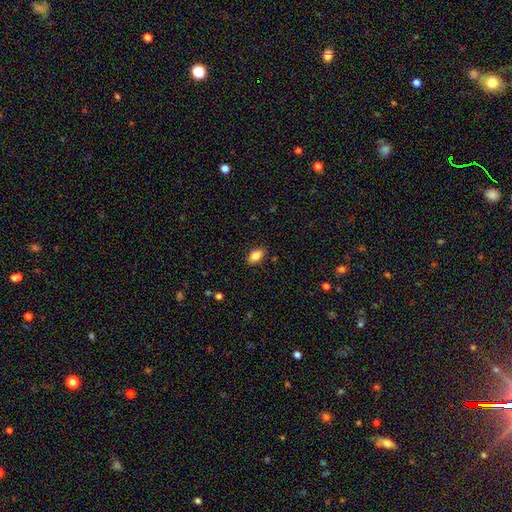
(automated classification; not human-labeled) smooth-or-featured: smooth: 85% | star or artifact: 8% | featured or disk: 6%
  how-rounded: in between: 90% | round: 8% | cigar-shaped: 3%
  merging: none: 86% | minor disturbance: 10% | major disturbance: 2% | merger: 1%